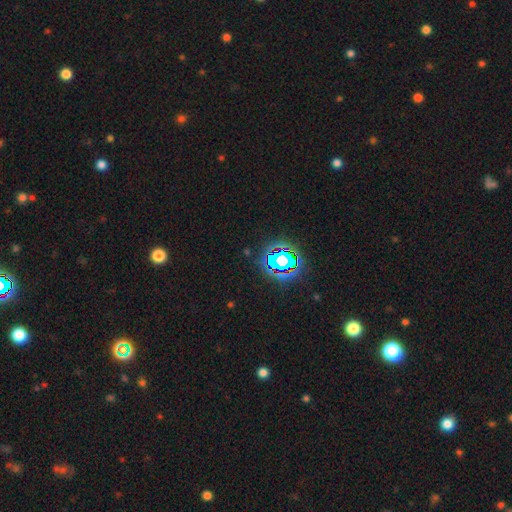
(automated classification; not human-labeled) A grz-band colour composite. It shows a star or artifact, not a galaxy (80%).